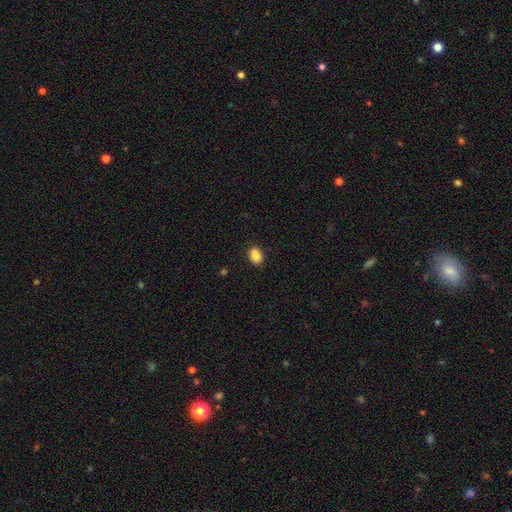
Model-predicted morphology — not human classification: This is clearly a smooth galaxy (85%). How rounded: likely in between (70%). Merging: clearly none (85%).